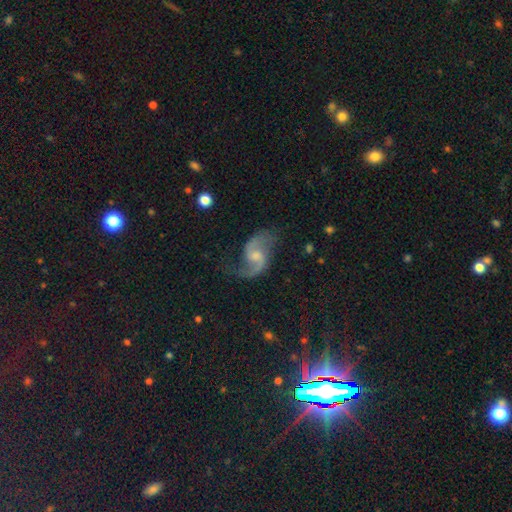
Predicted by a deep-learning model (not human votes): The model was most divided on "bulge size": small: 43%, moderate: 42%, none: 10%, large: 4%, dominant: 1%. Remaining: edge-on disk — no (98%); spiral arms — yes (97%); spiral arm count — 2 (92%); smooth or featured — featured or disk (89%); merging — none (73%); spiral winding — loose (60%); bar — weak (47%).